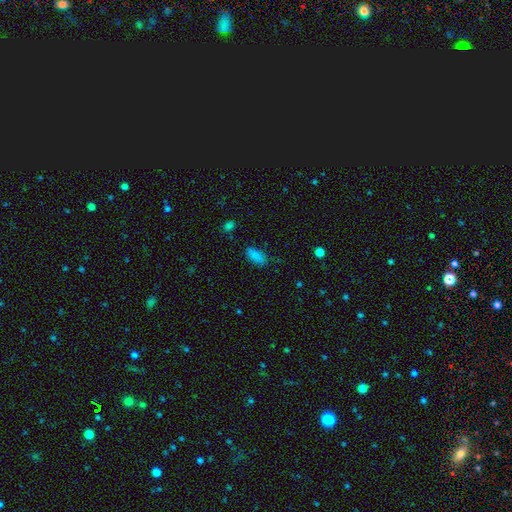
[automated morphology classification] A smooth galaxy with no disk features (86%) that is in between round and cigar-shaped (87%). Merging: none (81%).